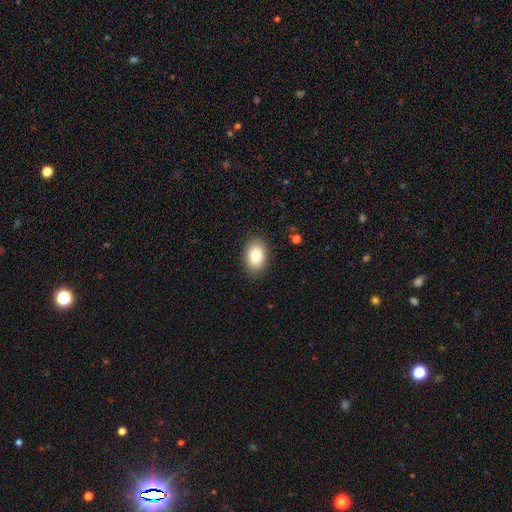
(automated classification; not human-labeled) Smooth or featured?
  - smooth: 82% *
  - featured or disk: 10%
  - star or artifact: 8%
How rounded?
  - in between: 83% *
  - round: 16%
  - cigar-shaped: 1%
Merging?
  - none: 88% *
  - minor disturbance: 9%
  - major disturbance: 2%
  - merger: 1%